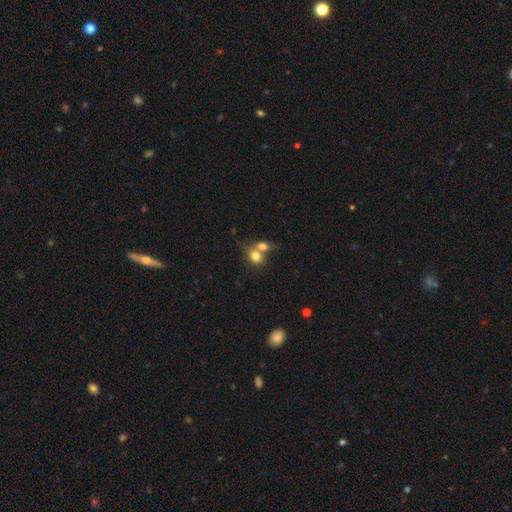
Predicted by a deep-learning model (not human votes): Overall: smooth (77%). How rounded: round (58%; in between 40%). Merging: merger (62%; none 27%).